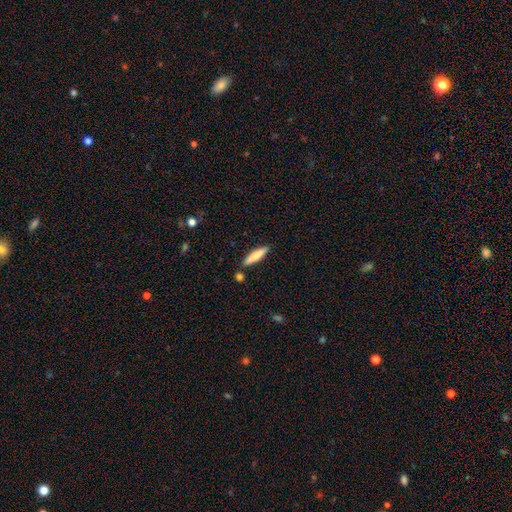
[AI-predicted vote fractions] This appears to be a smooth galaxy with no disk features (76%) that is cigar-shaped (83%). Merging: none (86%).